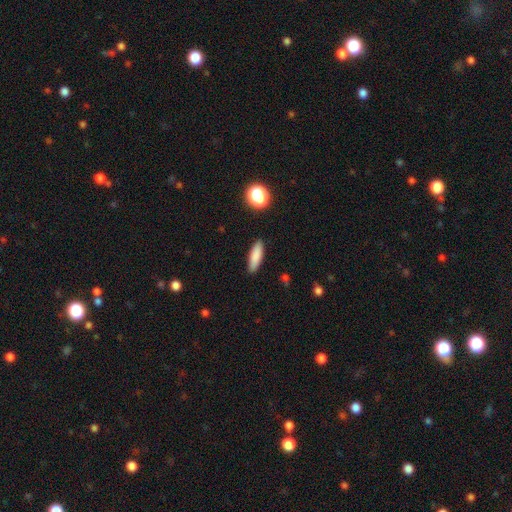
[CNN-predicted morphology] Smooth or featured: smooth — 85% (featured or disk — 8%)
How rounded: cigar-shaped — 51% (in between — 47%)
Merging: none — 88% (minor disturbance — 9%)